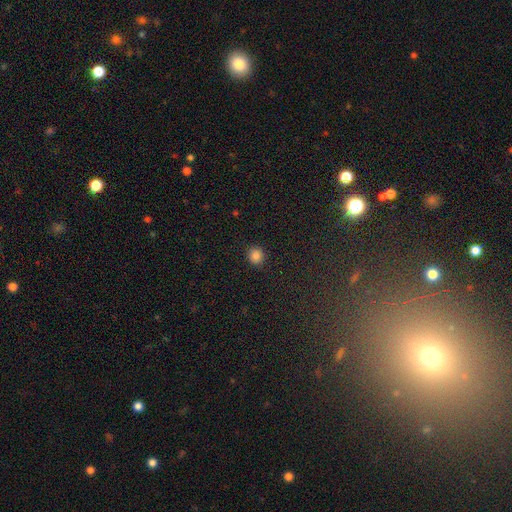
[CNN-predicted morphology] Smooth or featured: smooth — 85% (star or artifact — 11%)
How rounded: round — 89% (in between — 10%)
Merging: none — 91% (minor disturbance — 6%)